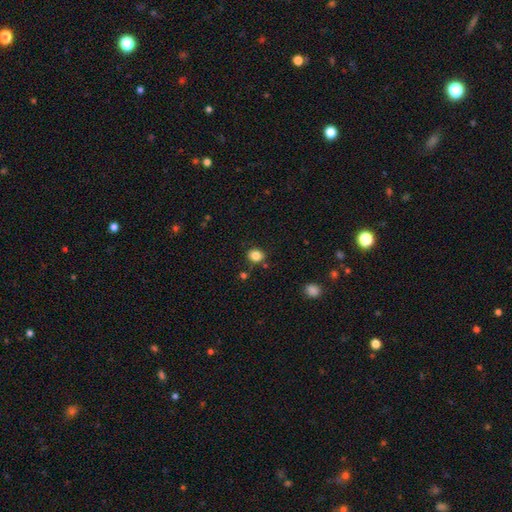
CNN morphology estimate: This is clearly a smooth galaxy (84%). How rounded: likely round (67%). Merging: clearly none (80%).